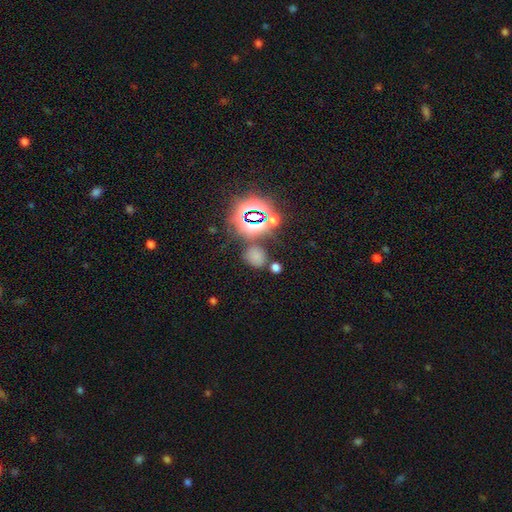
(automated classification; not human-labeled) Smooth or featured: smooth — 59% (star or artifact — 34%)
How rounded: round — 54% (in between — 44%)
Merging: none — 72% (minor disturbance — 14%)